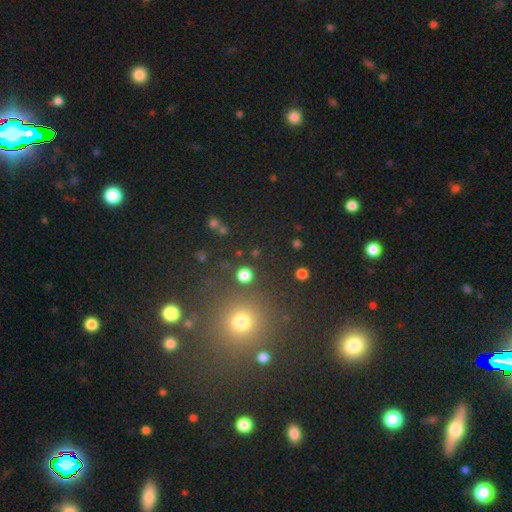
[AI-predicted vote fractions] smooth 50%, star or artifact 43%, featured or disk 7%. Down the decision tree: how rounded — round (90%); merging — none (86%).